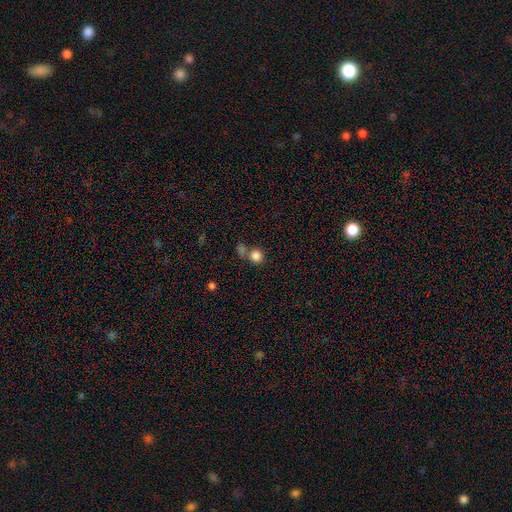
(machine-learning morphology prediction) smooth_or_featured: smooth (p=0.84) [alt: star or artifact p=0.11]
how_rounded: round (p=0.88) [alt: in between p=0.11]
merging: none (p=0.56) [alt: merger p=0.30]